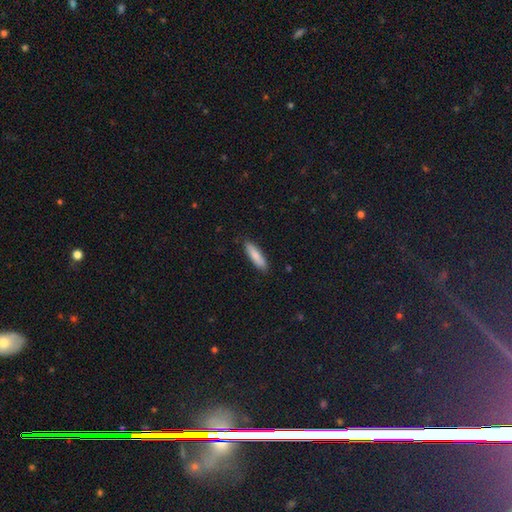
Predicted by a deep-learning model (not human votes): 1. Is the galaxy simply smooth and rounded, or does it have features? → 84% smooth, 10% featured or disk, 6% star or artifact.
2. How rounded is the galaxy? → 69% cigar-shaped, 30% in between, 1% round.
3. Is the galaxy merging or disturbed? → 88% none, 10% minor disturbance, 2% major disturbance, 1% merger.